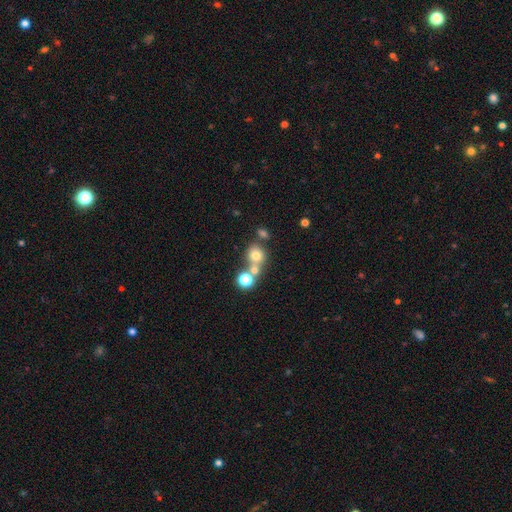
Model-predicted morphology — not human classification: smooth_or_featured: smooth (p=0.70) [alt: star or artifact p=0.16]
how_rounded: round (p=0.77) [alt: in between p=0.22]
merging: none (p=0.47) [alt: merger p=0.38]